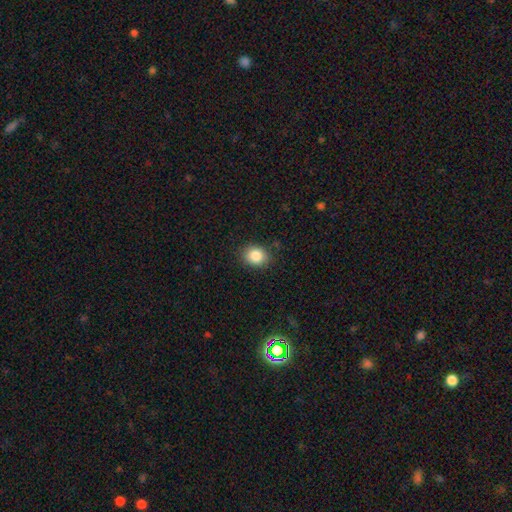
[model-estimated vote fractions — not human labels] smooth-or-featured: smooth: 85% | star or artifact: 9% | featured or disk: 6%
  how-rounded: round: 57% | in between: 42% | cigar-shaped: 1%
  merging: none: 85% | minor disturbance: 11% | major disturbance: 3% | merger: 1%